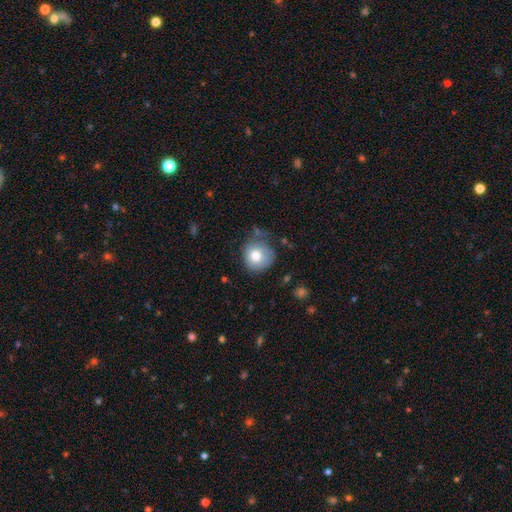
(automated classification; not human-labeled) A smooth galaxy with no disk features (78%) that is round (90%).

Vote fractions:
- Smooth or featured? smooth: 78% / featured or disk: 13% / star or artifact: 9%
- How rounded? round: 90% / in between: 9% / cigar-shaped: 1%
- Merging? none: 66% / minor disturbance: 22% / major disturbance: 7% / merger: 4%